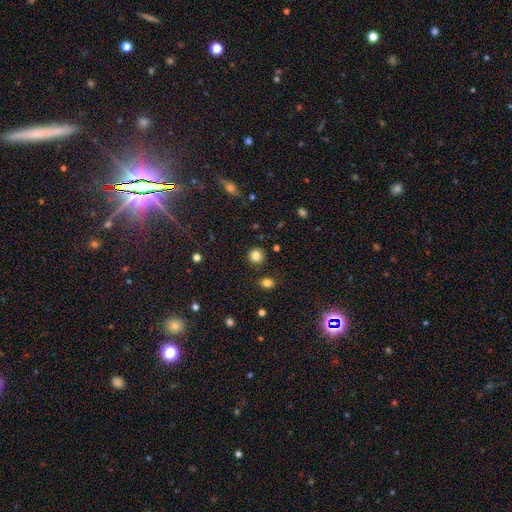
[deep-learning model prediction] This is clearly a smooth galaxy (84%). How rounded: clearly round (91%). Merging: clearly none (89%).